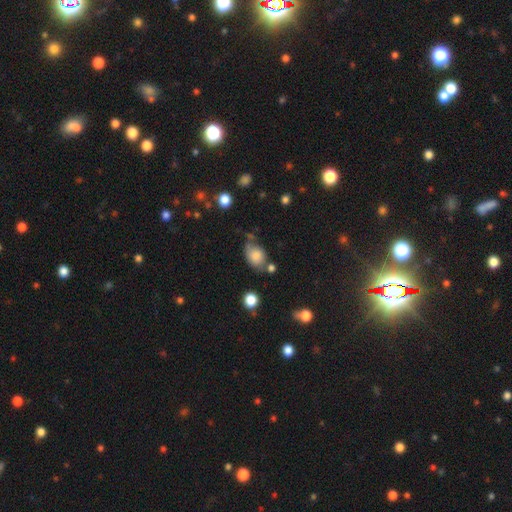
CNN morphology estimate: A smooth galaxy with no disk features (80%) that is in between round and cigar-shaped (69%). Merging: none (51%).